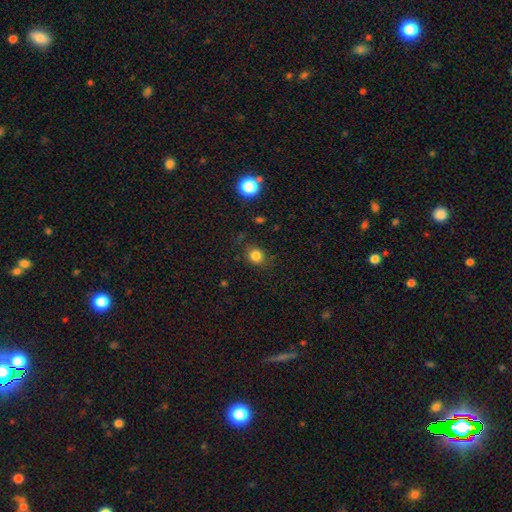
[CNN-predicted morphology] Smooth or featured? smooth (83%)
How rounded? round (84%)
Merging? none (83%)